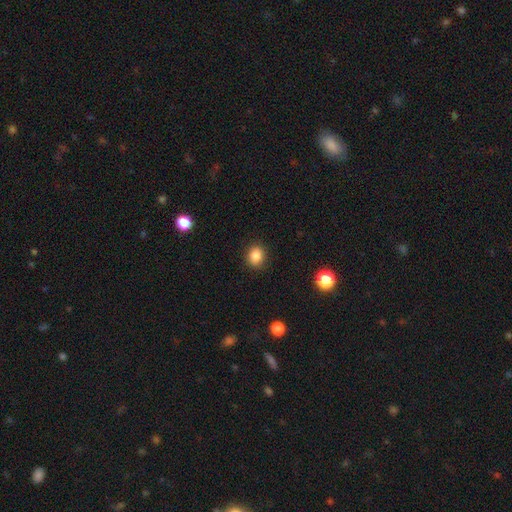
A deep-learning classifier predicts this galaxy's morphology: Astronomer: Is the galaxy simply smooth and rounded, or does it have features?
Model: smooth — 85%.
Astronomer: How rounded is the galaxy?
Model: round — 72%.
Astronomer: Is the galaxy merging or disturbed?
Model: none — 90%.